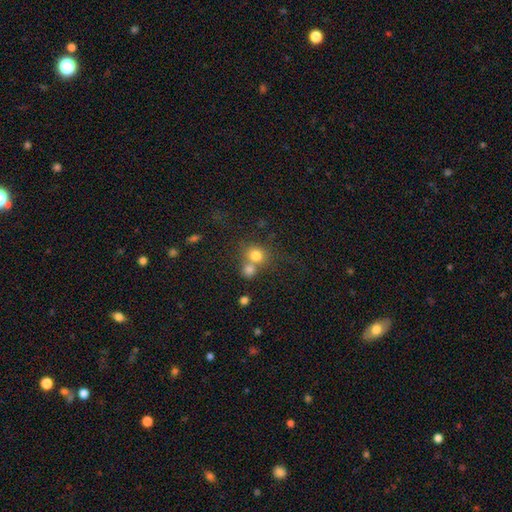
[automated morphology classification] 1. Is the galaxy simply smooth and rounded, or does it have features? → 77% smooth, 13% star or artifact, 10% featured or disk.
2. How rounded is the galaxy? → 78% round, 21% in between, 1% cigar-shaped.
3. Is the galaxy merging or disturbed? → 44% none, 43% merger, 8% minor disturbance, 5% major disturbance.